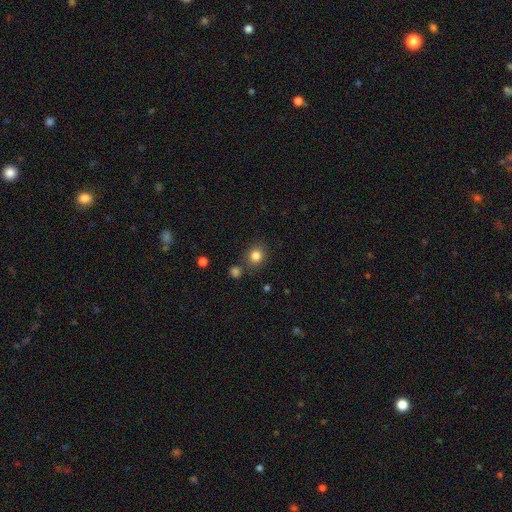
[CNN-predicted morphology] The model was most divided on "how rounded": round: 81%, in between: 18%, cigar-shaped: 1%. More confident: smooth or featured — smooth (83%); merging — none (79%).